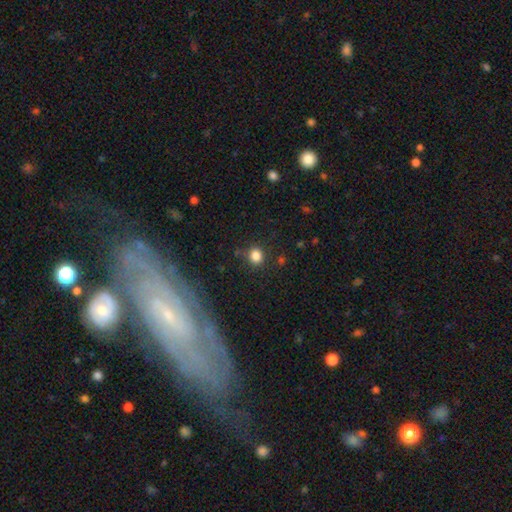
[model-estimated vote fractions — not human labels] The model was most divided on "how rounded": round: 77%, in between: 22%, cigar-shaped: 1%. More confident: smooth or featured — smooth (83%); merging — none (83%).